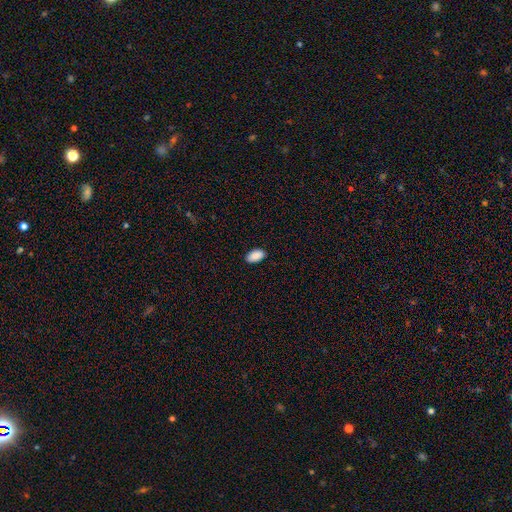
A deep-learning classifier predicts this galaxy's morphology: Smooth or featured: smooth — 90% (star or artifact — 7%)
How rounded: in between — 95% (round — 4%)
Merging: none — 87% (minor disturbance — 10%)